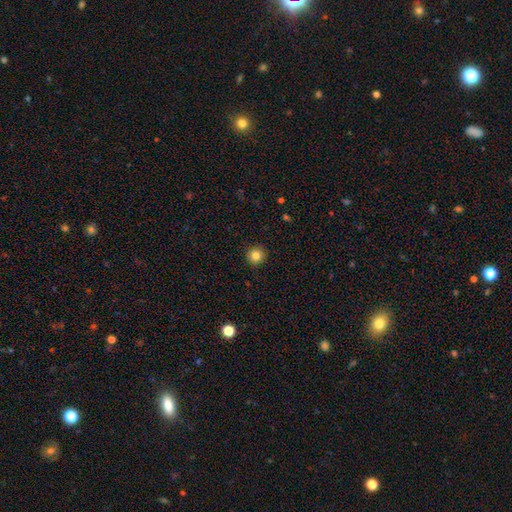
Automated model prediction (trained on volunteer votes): smooth-or-featured: smooth: 83% | star or artifact: 11% | featured or disk: 6%
  how-rounded: round: 95% | in between: 4% | cigar-shaped: 1%
  merging: none: 92% | minor disturbance: 6% | major disturbance: 2% | merger: 1%